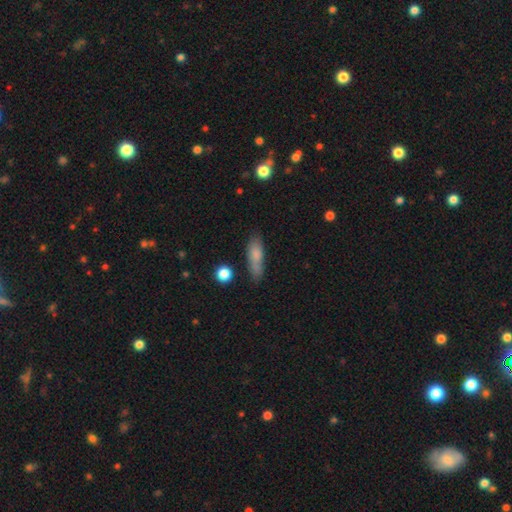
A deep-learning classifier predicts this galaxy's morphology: A smooth galaxy with no disk features (75%) that is cigar-shaped (50%). Merging: none (65%).